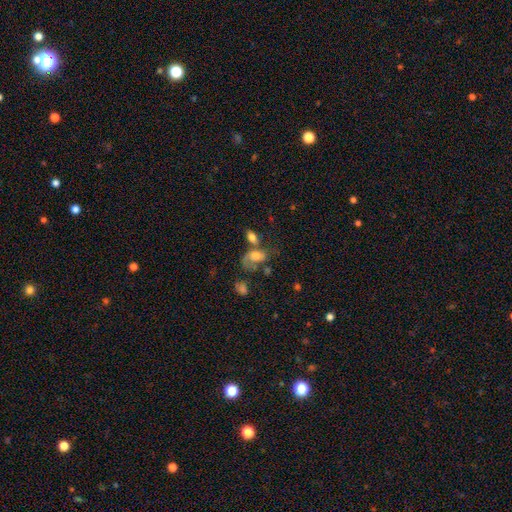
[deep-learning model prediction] Smooth or featured: smooth — 60% (featured or disk — 29%)
How rounded: in between — 84% (round — 14%)
Merging: merger — 38% (major disturbance — 24%)